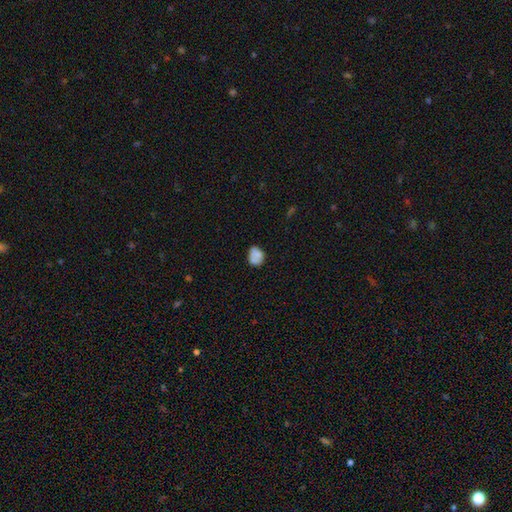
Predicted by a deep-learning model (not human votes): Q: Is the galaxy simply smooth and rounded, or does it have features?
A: smooth — 73%.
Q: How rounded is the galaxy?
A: in between — 60%.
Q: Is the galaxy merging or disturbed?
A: none — 49%.